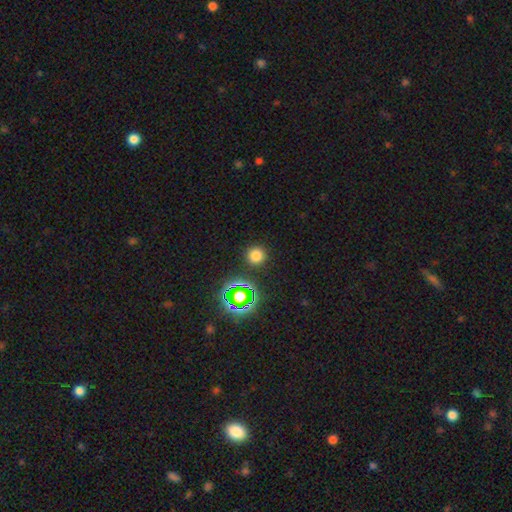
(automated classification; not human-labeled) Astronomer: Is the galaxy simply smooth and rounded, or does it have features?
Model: smooth — 71%.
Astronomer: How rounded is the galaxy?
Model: round — 94%.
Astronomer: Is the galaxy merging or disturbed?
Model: none — 89%.